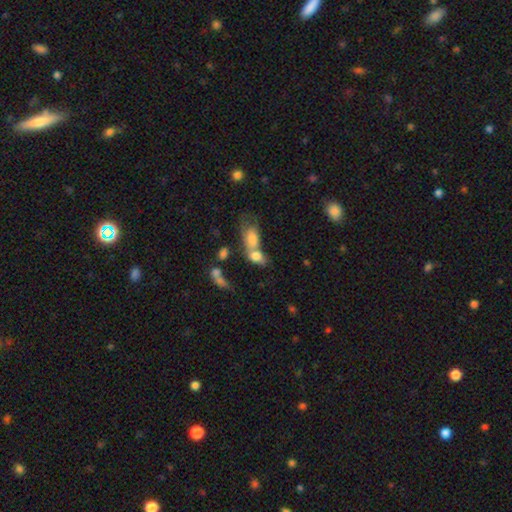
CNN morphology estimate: Smooth or featured? Predicted: smooth (p=0.70). How rounded? Predicted: in between (p=0.80). Merging? Predicted: merger (p=0.65).